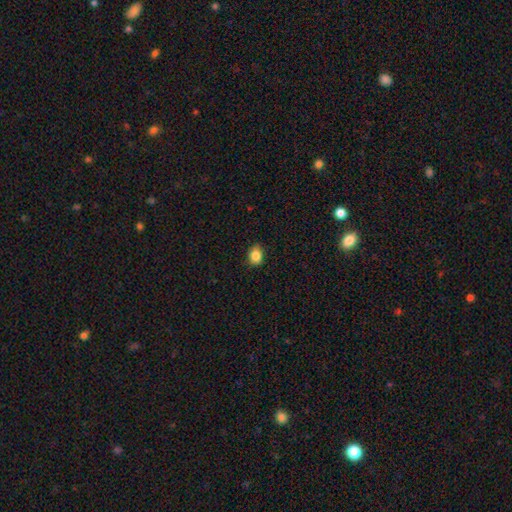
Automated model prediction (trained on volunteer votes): Smooth or featured? Predicted: smooth (p=0.86). How rounded? Predicted: in between (p=0.54). Merging? Predicted: none (p=0.86).